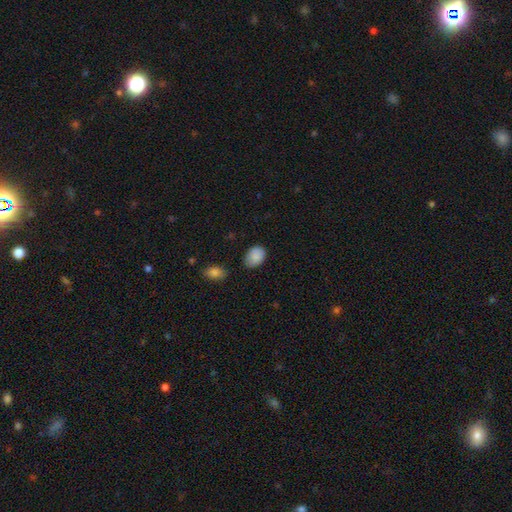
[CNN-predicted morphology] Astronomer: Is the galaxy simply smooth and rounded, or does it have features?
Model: smooth — 88%.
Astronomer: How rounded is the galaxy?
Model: in between — 75%.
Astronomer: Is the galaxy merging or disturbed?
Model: none — 67%.